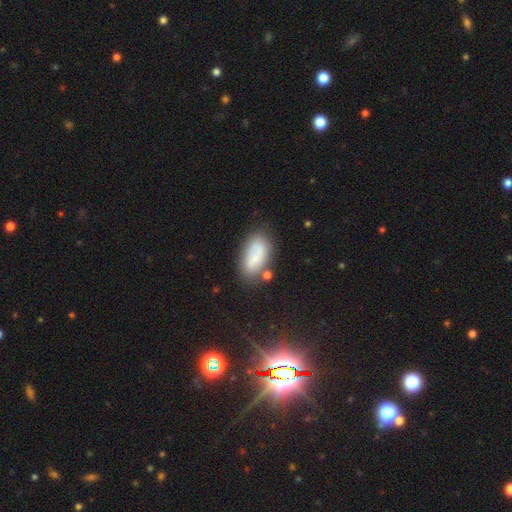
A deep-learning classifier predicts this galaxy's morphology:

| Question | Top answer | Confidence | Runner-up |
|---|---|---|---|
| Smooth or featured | smooth | 65% | featured or disk (26%) |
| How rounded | in between | 91% | round (5%) |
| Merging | none | 62% | minor disturbance (20%) |